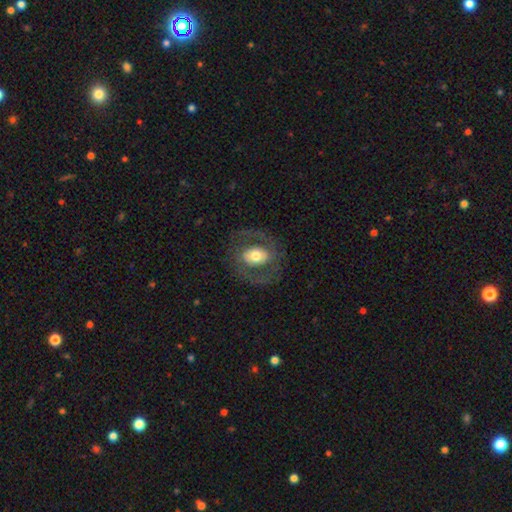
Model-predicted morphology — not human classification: This is likely a featured or disk galaxy (62%). It is clearly not viewed edge-on (95%). Bar: possibly no (52%). Spiral arm pattern: possibly yes (59%). Central bulge: possibly moderate (60%). Merging: likely none (74%).